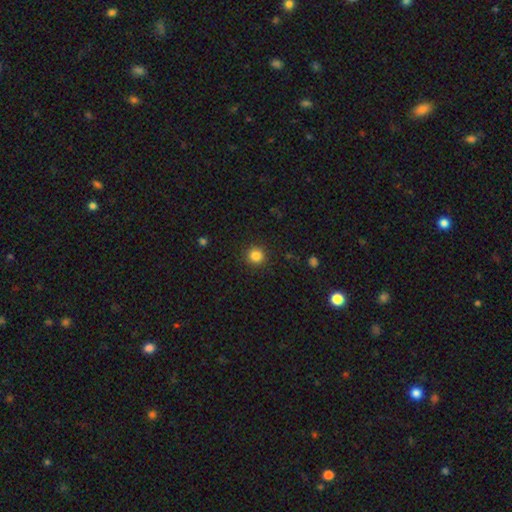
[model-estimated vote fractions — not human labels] smooth_or_featured: smooth (p=0.84) [alt: star or artifact p=0.12]
how_rounded: round (p=0.94) [alt: in between p=0.05]
merging: none (p=0.91) [alt: minor disturbance p=0.06]